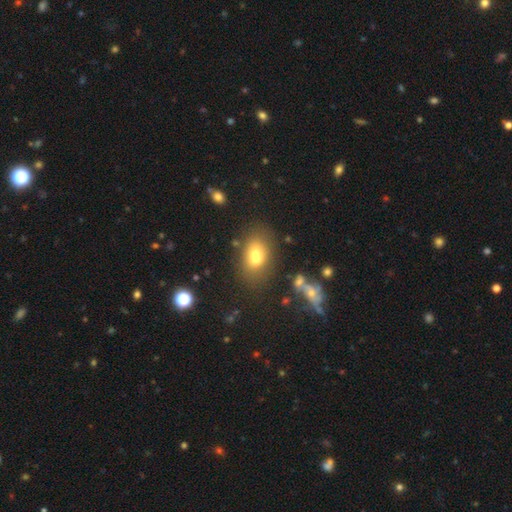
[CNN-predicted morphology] Q: Smooth or featured?
A: smooth (65%); runner-up: featured or disk (19%)
Q: How rounded?
A: in between (77%); runner-up: round (21%)
Q: Merging?
A: none (51%); runner-up: merger (30%)